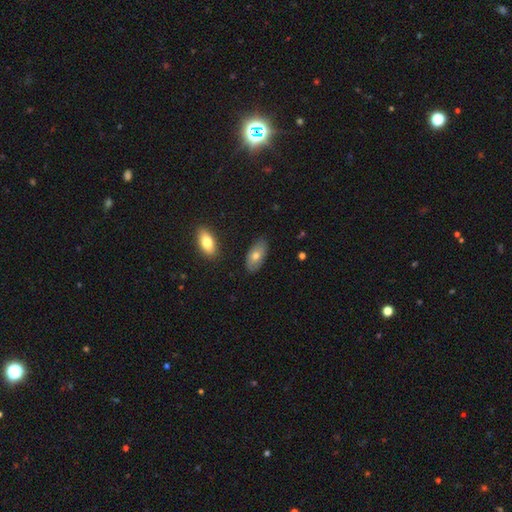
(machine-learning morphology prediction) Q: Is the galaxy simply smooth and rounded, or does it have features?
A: smooth — 68%.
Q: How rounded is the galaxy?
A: in between — 93%.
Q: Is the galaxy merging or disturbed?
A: none — 82%.